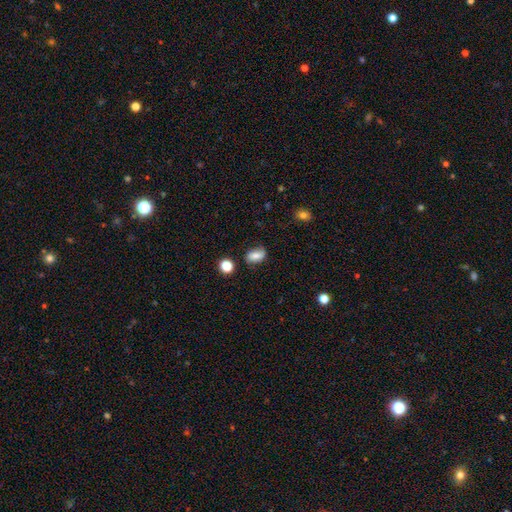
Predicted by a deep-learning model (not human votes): This is likely a smooth galaxy (69%). How rounded: clearly in between (81%). Merging: likely none (74%).